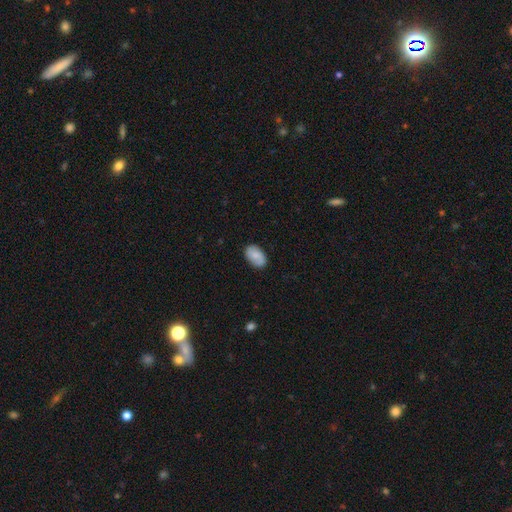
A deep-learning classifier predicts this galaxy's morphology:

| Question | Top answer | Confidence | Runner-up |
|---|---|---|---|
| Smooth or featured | smooth | 70% | featured or disk (23%) |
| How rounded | in between | 91% | round (7%) |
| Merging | none | 81% | minor disturbance (15%) |